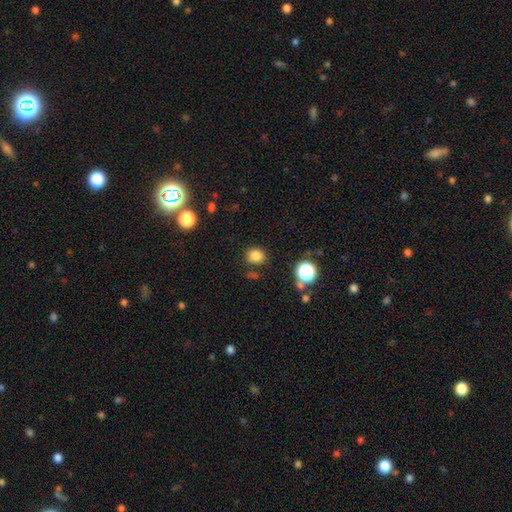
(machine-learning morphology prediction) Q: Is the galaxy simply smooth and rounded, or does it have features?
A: smooth — 82%.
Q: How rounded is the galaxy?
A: round — 80%.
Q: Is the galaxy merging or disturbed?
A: none — 81%.